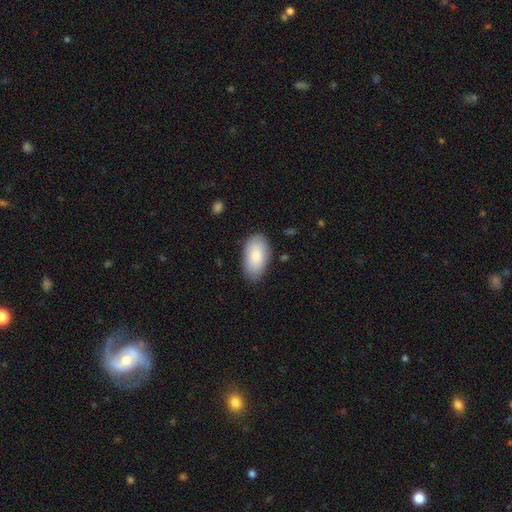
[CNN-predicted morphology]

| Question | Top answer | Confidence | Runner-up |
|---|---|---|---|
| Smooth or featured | smooth | 85% | featured or disk (9%) |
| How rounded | in between | 96% | round (3%) |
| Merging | none | 83% | minor disturbance (13%) |